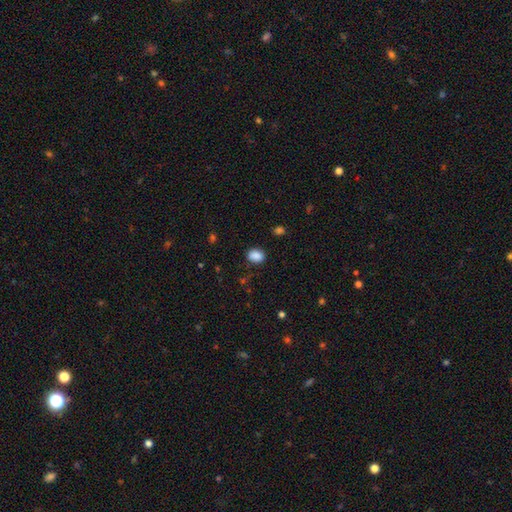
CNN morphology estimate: Smooth or featured: smooth — 88% (star or artifact — 9%)
How rounded: in between — 70% (round — 29%)
Merging: none — 83% (minor disturbance — 12%)